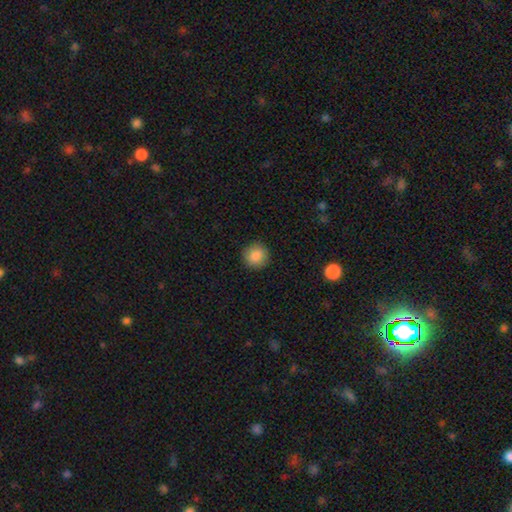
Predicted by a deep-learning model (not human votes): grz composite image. It shows a smooth galaxy with no disk features (86%) that is round (93%). Merging: none (90%).